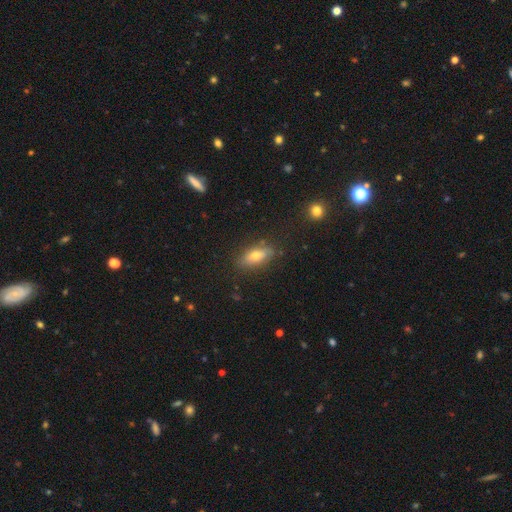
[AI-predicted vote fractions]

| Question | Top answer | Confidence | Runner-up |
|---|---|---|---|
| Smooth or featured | smooth | 63% | featured or disk (28%) |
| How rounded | in between | 74% | cigar-shaped (22%) |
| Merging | none | 79% | minor disturbance (15%) |